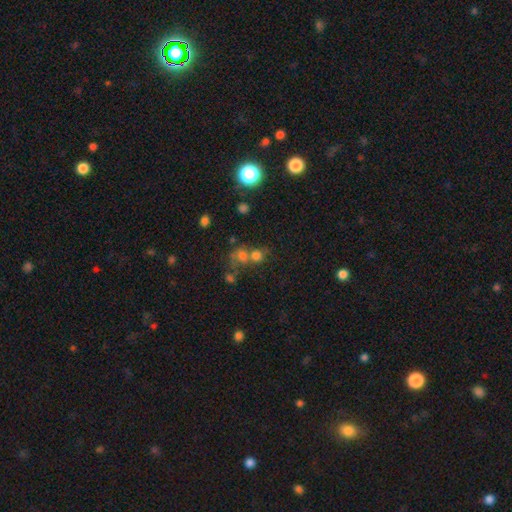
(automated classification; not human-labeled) smooth-or-featured: smooth: 66% | star or artifact: 20% | featured or disk: 15%
  how-rounded: round: 75% | in between: 24% | cigar-shaped: 1%
  merging: merger: 49% | none: 35% | minor disturbance: 9% | major disturbance: 7%